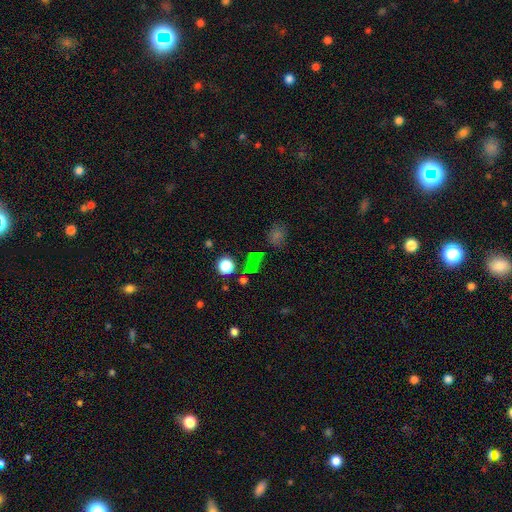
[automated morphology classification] smooth_or_featured: smooth (p=0.51) [alt: star or artifact p=0.39]
how_rounded: round (p=0.66) [alt: in between p=0.26]
merging: none (p=0.67) [alt: minor disturbance p=0.12]